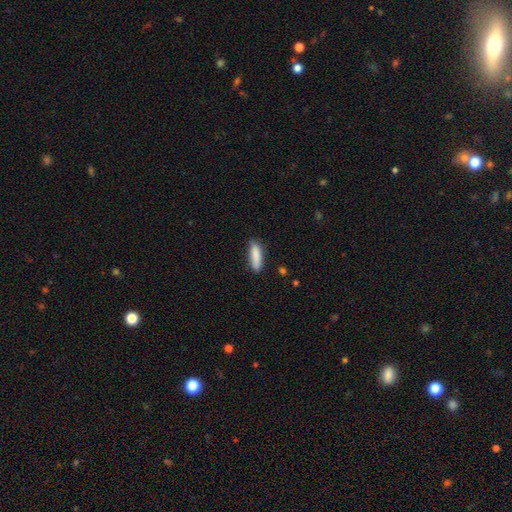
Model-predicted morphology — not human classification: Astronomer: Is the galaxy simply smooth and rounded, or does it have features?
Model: smooth — 86%.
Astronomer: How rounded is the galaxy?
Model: cigar-shaped — 65%.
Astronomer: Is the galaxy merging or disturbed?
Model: none — 77%.